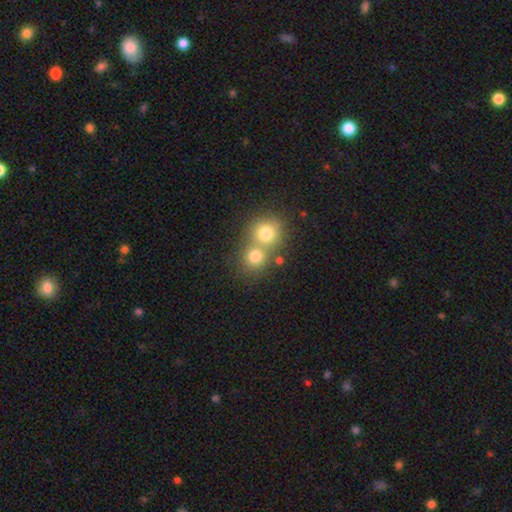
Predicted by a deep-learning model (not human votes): The model was most divided on "merging": merger: 53%, none: 39%, minor disturbance: 6%, major disturbance: 2%. More confident: how rounded — round (83%); smooth or featured — smooth (75%).